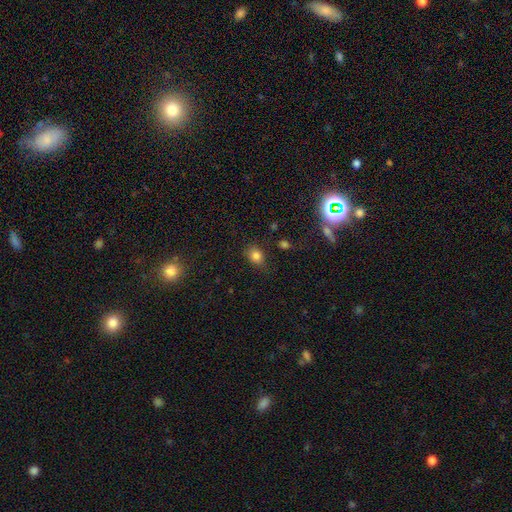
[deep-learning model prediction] smooth-or-featured: smooth: 80% | star or artifact: 14% | featured or disk: 6%
  how-rounded: in between: 56% | round: 42% | cigar-shaped: 1%
  merging: none: 75% | minor disturbance: 18% | major disturbance: 5% | merger: 2%